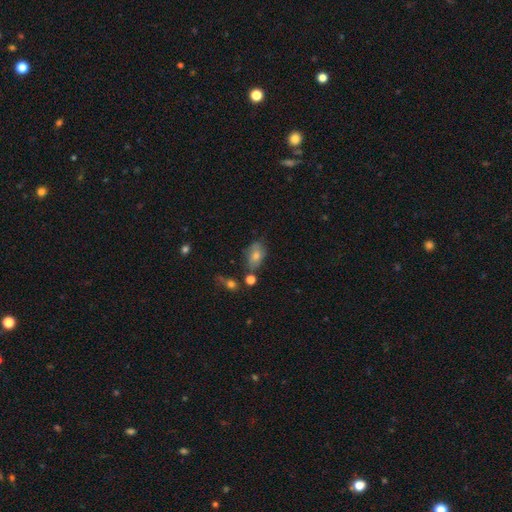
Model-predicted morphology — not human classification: type=smooth (61%); roundness=in between (84%); merging=none (65%).